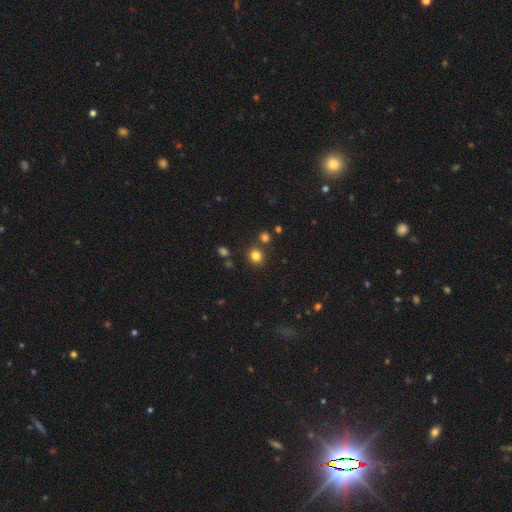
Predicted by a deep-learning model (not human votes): Morphology: type=smooth (81%); roundness=round (85%); merging=none (82%).